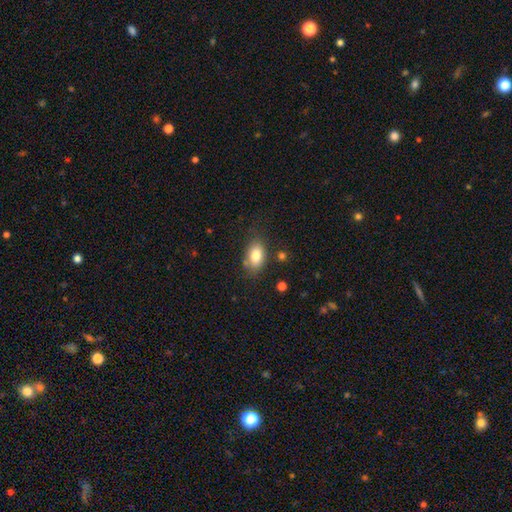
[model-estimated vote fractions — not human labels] Morphology: type=smooth (81%); roundness=in between (88%); merging=none (75%).